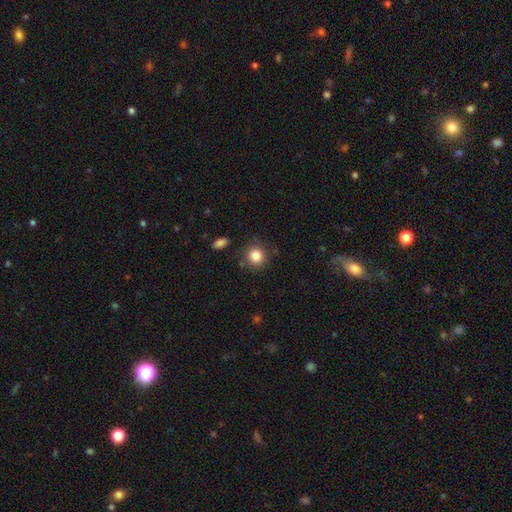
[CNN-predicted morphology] Smooth or featured? Predicted: smooth (p=0.85). How rounded? Predicted: round (p=0.88). Merging? Predicted: none (p=0.83).